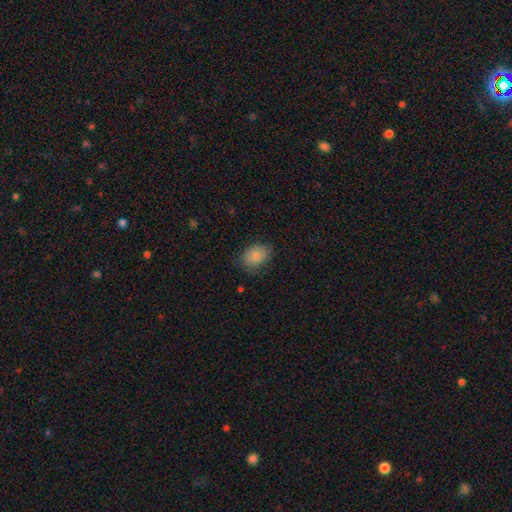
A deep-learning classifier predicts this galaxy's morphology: This is clearly a smooth galaxy (83%). How rounded: likely in between (71%). Merging: likely none (74%).